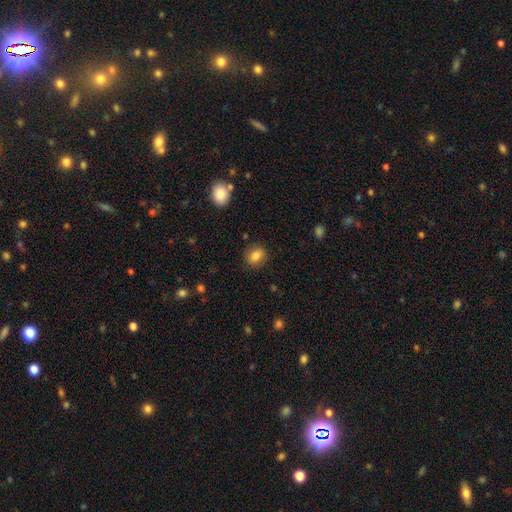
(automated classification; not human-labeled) Overall: smooth (82%). How rounded: round (54%; in between 45%). Merging: none (86%).